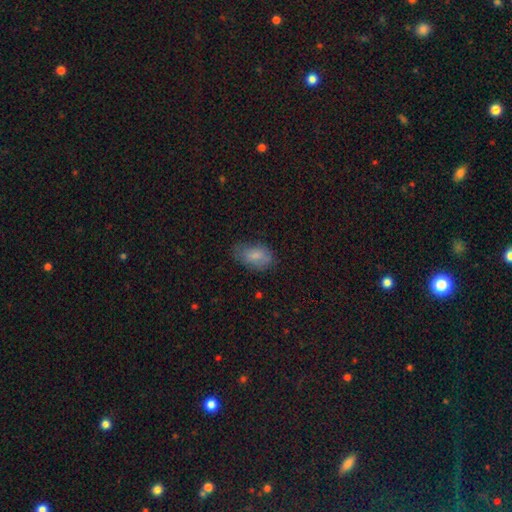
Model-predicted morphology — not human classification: Smooth or featured?
  - smooth: 81% *
  - featured or disk: 11%
  - star or artifact: 8%
How rounded?
  - in between: 91% *
  - round: 7%
  - cigar-shaped: 2%
Merging?
  - none: 62% *
  - minor disturbance: 28%
  - major disturbance: 8%
  - merger: 1%